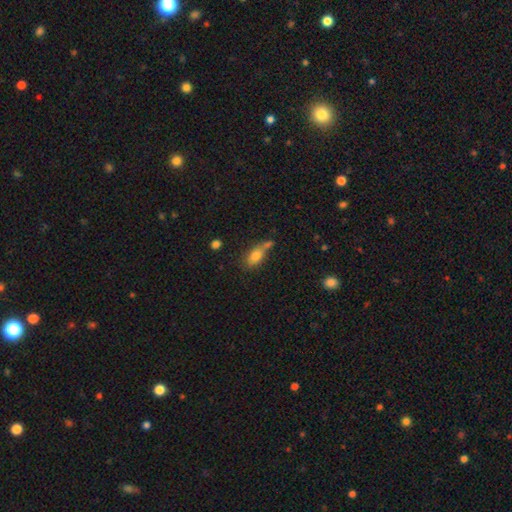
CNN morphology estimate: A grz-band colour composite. It shows a smooth galaxy with no disk features (74%) that is in between round and cigar-shaped (78%). Merging: none (41%).